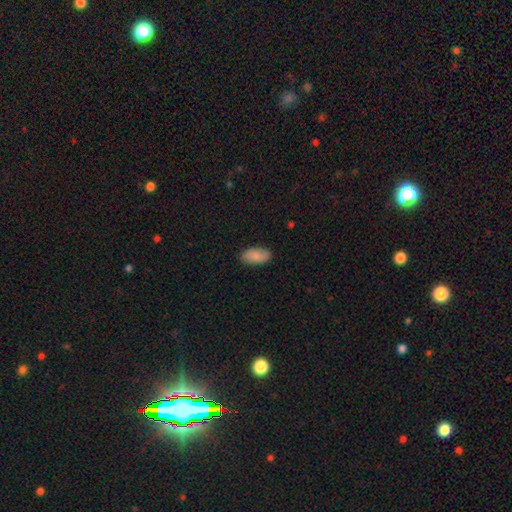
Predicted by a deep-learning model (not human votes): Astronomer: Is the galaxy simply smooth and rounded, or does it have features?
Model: smooth — 83%.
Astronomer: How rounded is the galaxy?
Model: in between — 94%.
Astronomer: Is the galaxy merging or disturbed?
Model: none — 86%.